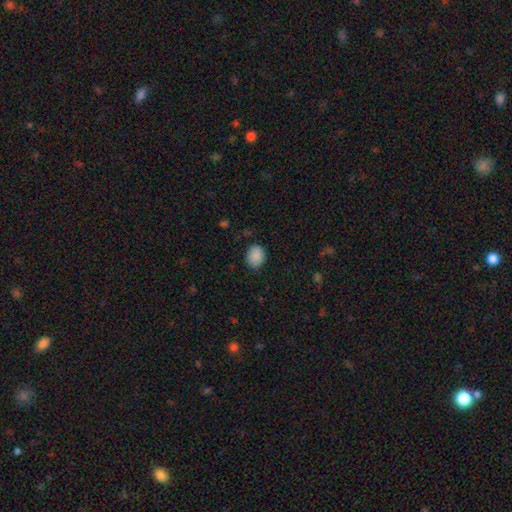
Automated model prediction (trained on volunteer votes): Q: Smooth or featured?
A: smooth (88%); runner-up: star or artifact (8%)
Q: How rounded?
A: round (55%); runner-up: in between (44%)
Q: Merging?
A: none (83%); runner-up: minor disturbance (13%)